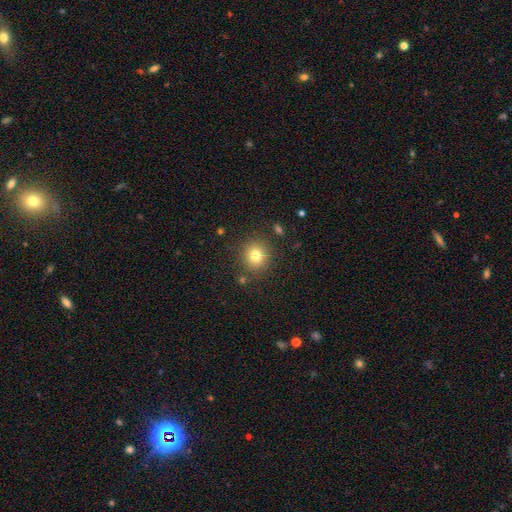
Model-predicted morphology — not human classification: The model was most divided on "smooth or featured": smooth: 80%, star or artifact: 13%, featured or disk: 8%. More confident: how rounded — round (88%); merging — none (86%).